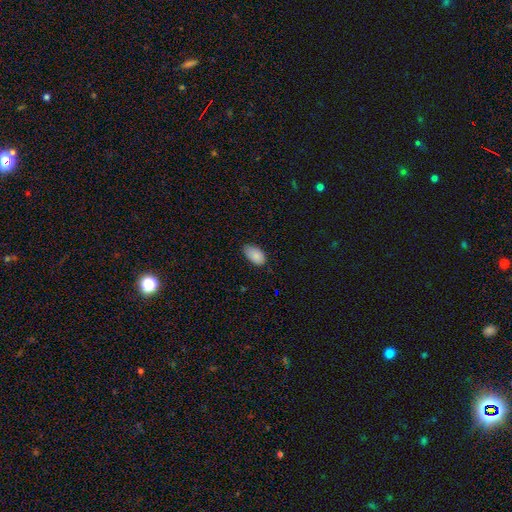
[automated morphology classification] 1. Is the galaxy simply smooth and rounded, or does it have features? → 88% smooth, 7% star or artifact, 5% featured or disk.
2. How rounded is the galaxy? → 95% in between, 4% round, 2% cigar-shaped.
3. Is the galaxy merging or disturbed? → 69% none, 26% minor disturbance, 3% major disturbance, 1% merger.